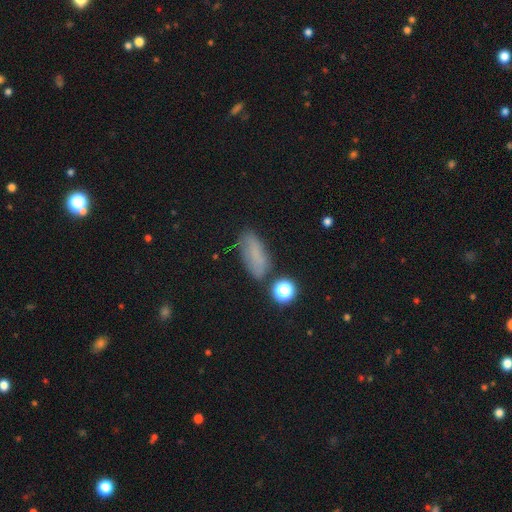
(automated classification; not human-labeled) A smooth galaxy with no disk features (68%) that is in between round and cigar-shaped (77%).

Vote fractions:
- Smooth or featured? smooth: 68% / featured or disk: 17% / star or artifact: 15%
- How rounded? in between: 77% / cigar-shaped: 17% / round: 6%
- Merging? none: 62% / minor disturbance: 24% / major disturbance: 9% / merger: 6%